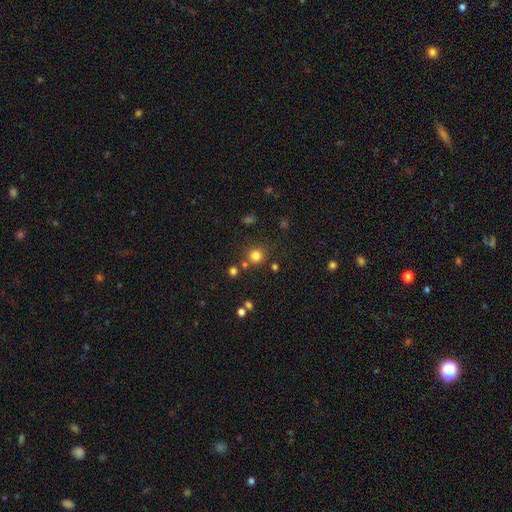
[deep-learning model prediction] A smooth galaxy with no disk features (78%) that is round (90%). Merging: none (78%).